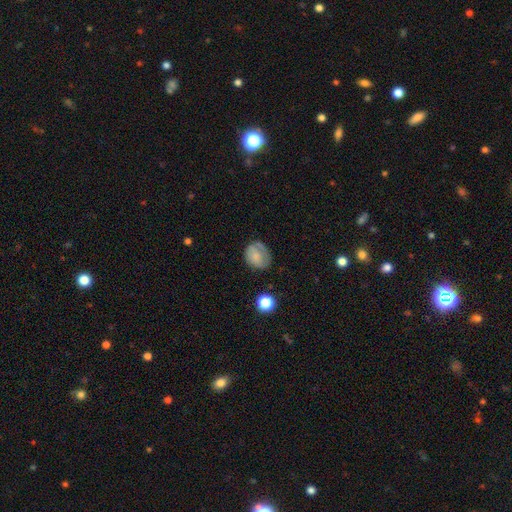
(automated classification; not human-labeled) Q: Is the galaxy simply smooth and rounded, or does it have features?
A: smooth — 66%.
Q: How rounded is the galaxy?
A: round — 56%.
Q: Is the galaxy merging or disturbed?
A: none — 58%.